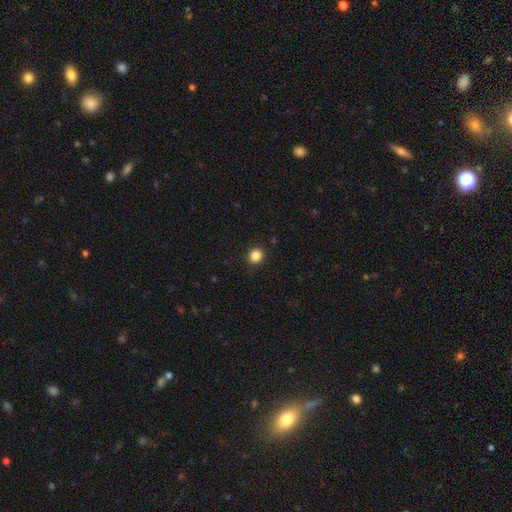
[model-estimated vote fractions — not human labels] Smooth or featured?
  - smooth: 85% *
  - star or artifact: 11%
  - featured or disk: 3%
How rounded?
  - round: 91% *
  - in between: 9%
  - cigar-shaped: 1%
Merging?
  - none: 90% *
  - minor disturbance: 7%
  - major disturbance: 2%
  - merger: 1%